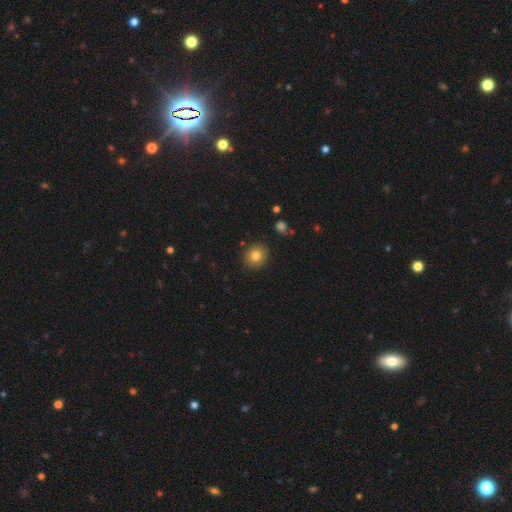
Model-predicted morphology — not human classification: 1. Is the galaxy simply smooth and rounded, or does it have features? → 80% smooth, 11% star or artifact, 9% featured or disk.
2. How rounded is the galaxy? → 81% round, 18% in between, 1% cigar-shaped.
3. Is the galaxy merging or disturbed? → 89% none, 8% minor disturbance, 2% major disturbance, 2% merger.